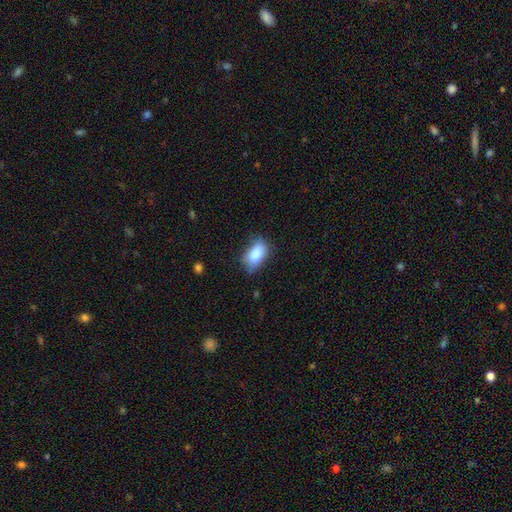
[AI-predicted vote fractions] Smooth or featured: smooth — 84% (featured or disk — 9%)
How rounded: in between — 90% (round — 7%)
Merging: none — 69% (minor disturbance — 23%)